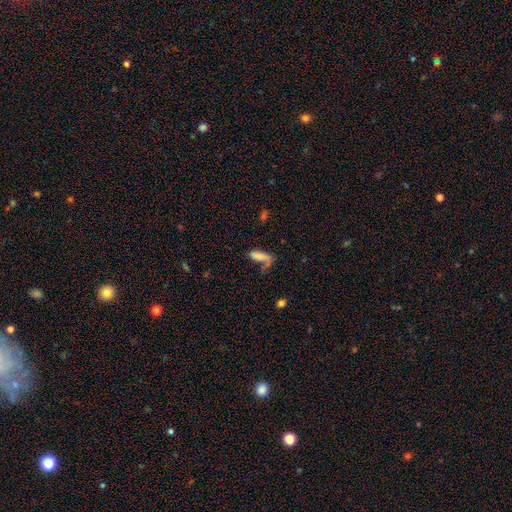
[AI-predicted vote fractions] Q: Smooth or featured?
A: smooth (61%); runner-up: featured or disk (25%)
Q: How rounded?
A: in between (64%); runner-up: cigar-shaped (32%)
Q: Merging?
A: none (37%); runner-up: major disturbance (27%)